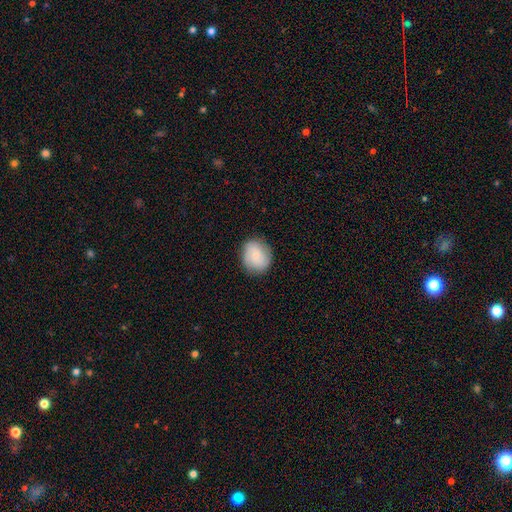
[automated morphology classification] type=smooth (59%); roundness=round (72%); merging=none (84%).